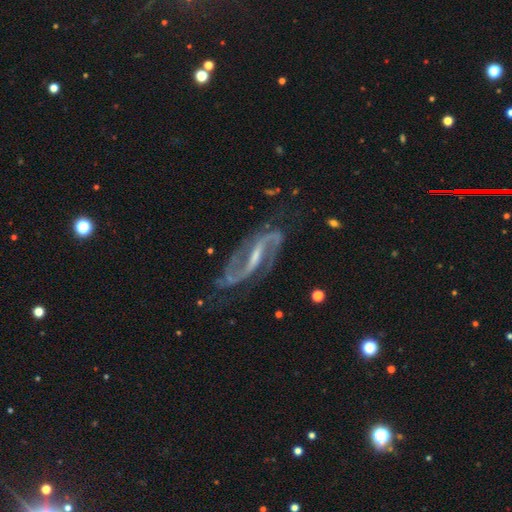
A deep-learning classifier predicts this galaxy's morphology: smooth_or_featured: featured or disk (p=0.93) [alt: star or artifact p=0.04]
disk_edge_on: no (p=0.96) [alt: yes p=0.04]
bar: strong (p=0.54) [alt: weak p=0.36]
has_spiral_arms: yes (p=0.98) [alt: no p=0.02]
spiral_winding: medium (p=0.53) [alt: loose p=0.34]
spiral_arm_count: 2 (p=0.93) [alt: can't tell p=0.02]
bulge_size: small (p=0.54) [alt: moderate p=0.29]
merging: none (p=0.69) [alt: minor disturbance p=0.19]